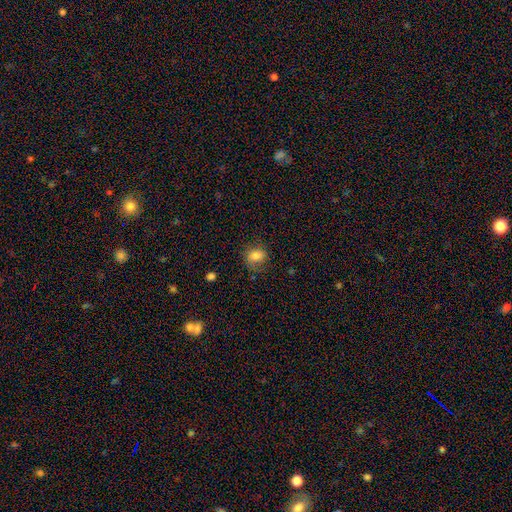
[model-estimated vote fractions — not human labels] Overall: smooth (78%). How rounded: round (50%; in between 49%). Merging: none (69%).